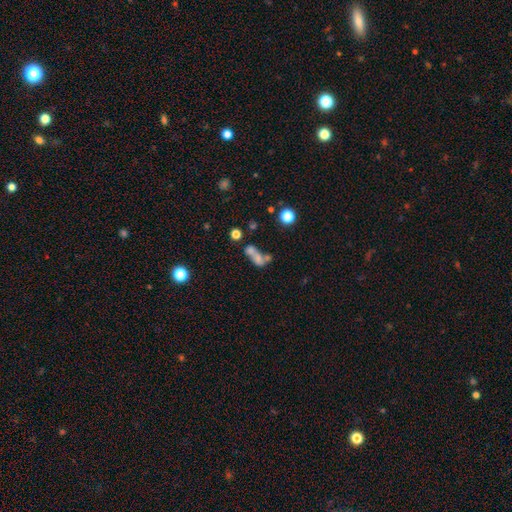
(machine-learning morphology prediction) Smooth or featured? smooth (57%)
How rounded? in between (66%)
Merging? merger (56%)